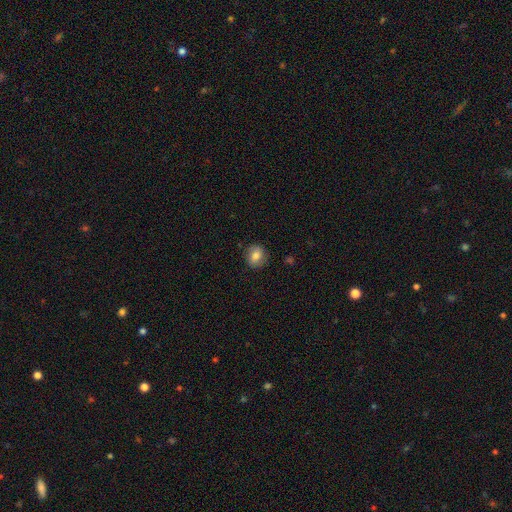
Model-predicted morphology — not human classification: smooth_or_featured: smooth (p=0.75) [alt: featured or disk p=0.16]
how_rounded: round (p=0.75) [alt: in between p=0.24]
merging: none (p=0.84) [alt: minor disturbance p=0.11]